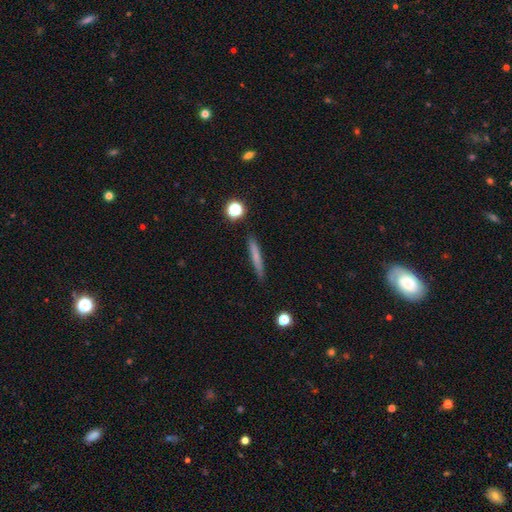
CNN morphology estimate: type=smooth (67%); roundness=cigar-shaped (93%); merging=none (88%).